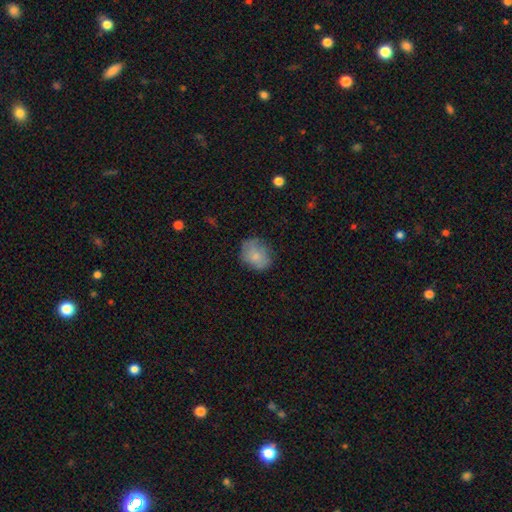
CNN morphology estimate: A smooth galaxy with no disk features (78%) that is in between round and cigar-shaped (51%).

Vote fractions:
- Smooth or featured? smooth: 78% / featured or disk: 14% / star or artifact: 8%
- How rounded? in between: 51% / round: 48% / cigar-shaped: 1%
- Merging? none: 69% / minor disturbance: 23% / major disturbance: 7% / merger: 1%